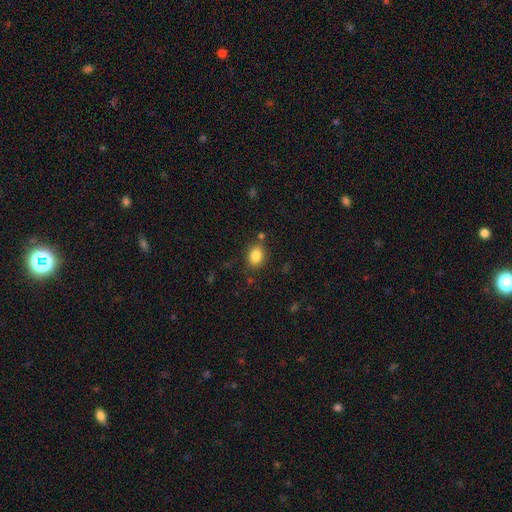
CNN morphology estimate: smooth_or_featured: smooth (p=0.85) [alt: star or artifact p=0.09]
how_rounded: in between (p=0.61) [alt: round p=0.38]
merging: none (p=0.78) [alt: minor disturbance p=0.13]